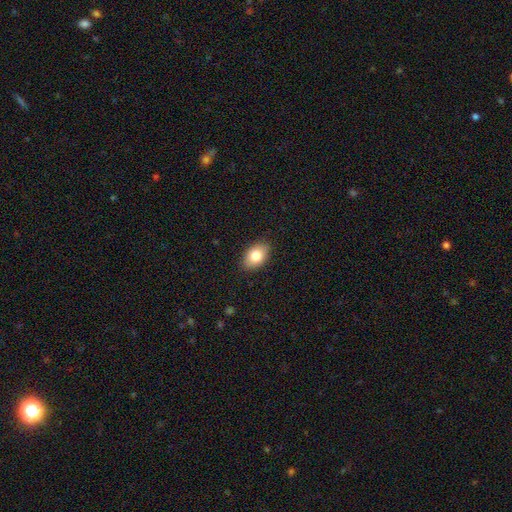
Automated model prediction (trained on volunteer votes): A smooth galaxy with no disk features (82%) that is in between round and cigar-shaped (87%). Merging: none (87%).